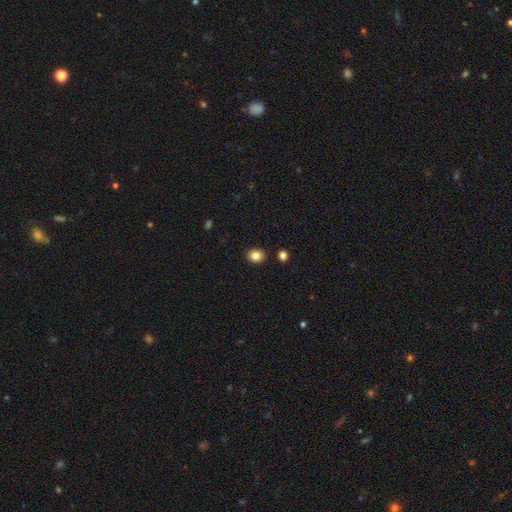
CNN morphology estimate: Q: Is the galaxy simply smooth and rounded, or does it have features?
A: smooth — 85%.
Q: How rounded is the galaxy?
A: round — 63%.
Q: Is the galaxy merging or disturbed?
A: none — 89%.